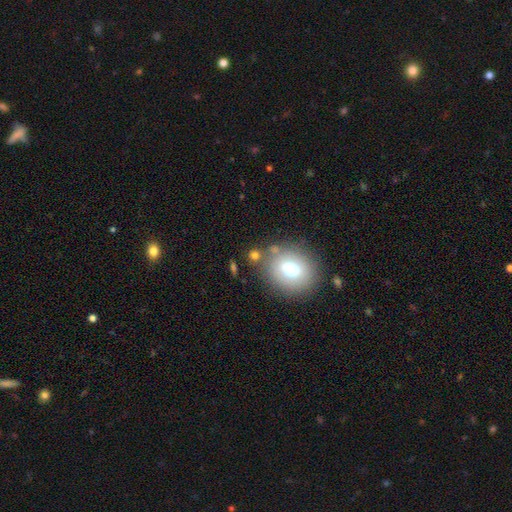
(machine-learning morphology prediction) smooth_or_featured: smooth (p=0.67) [alt: featured or disk p=0.18]
how_rounded: round (p=0.71) [alt: in between p=0.27]
merging: none (p=0.76) [alt: minor disturbance p=0.12]